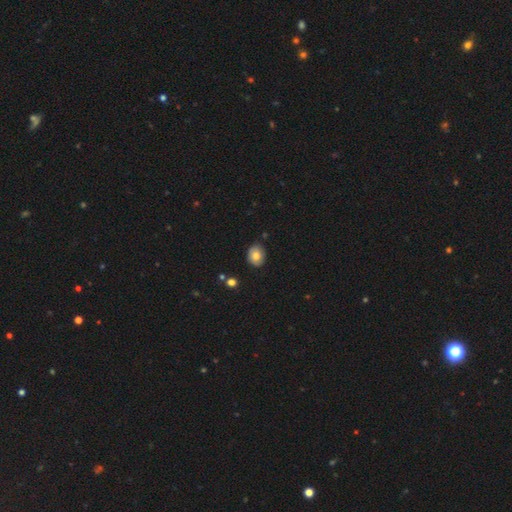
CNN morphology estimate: Q: Smooth or featured?
A: smooth (78%); runner-up: featured or disk (14%)
Q: How rounded?
A: in between (54%); runner-up: round (45%)
Q: Merging?
A: none (84%); runner-up: minor disturbance (12%)